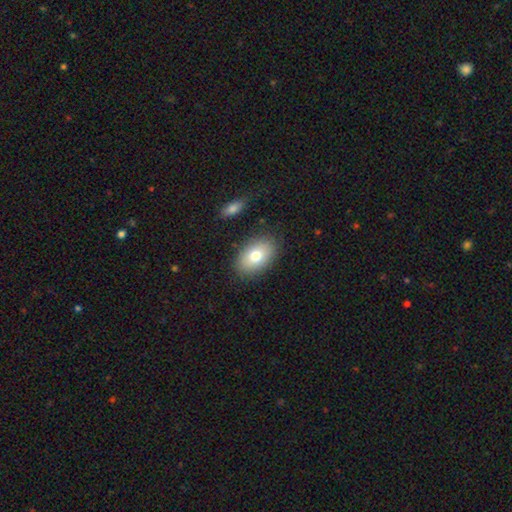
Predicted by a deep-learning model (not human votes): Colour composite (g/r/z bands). It shows a smooth galaxy with no disk features (75%) that is in between round and cigar-shaped (87%). Merging: none (85%).